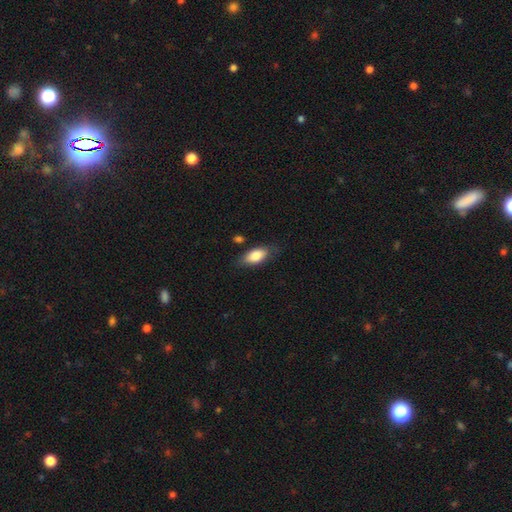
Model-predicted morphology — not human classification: A smooth galaxy with no disk features (81%) that is in between round and cigar-shaped (87%). Merging: none (77%).